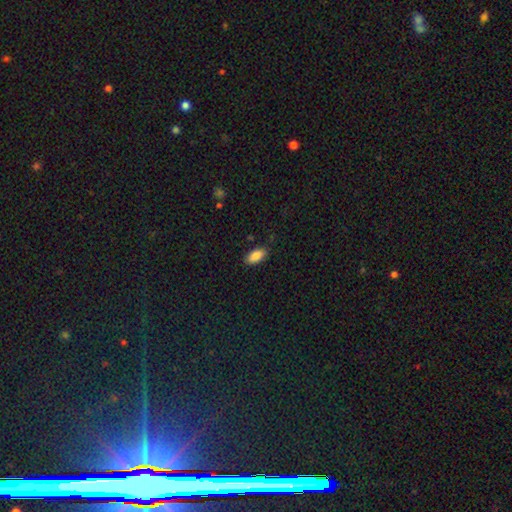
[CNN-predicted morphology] Smooth or featured? smooth (87%)
How rounded? in between (90%)
Merging? none (86%)